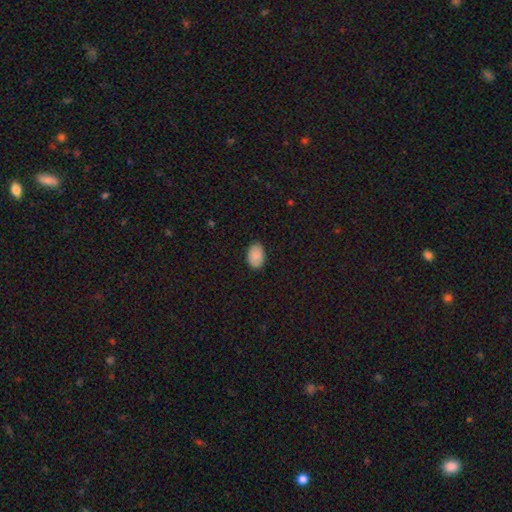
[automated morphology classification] smooth-or-featured: smooth: 88% | star or artifact: 8% | featured or disk: 5%
  how-rounded: in between: 87% | round: 12% | cigar-shaped: 1%
  merging: none: 87% | minor disturbance: 10% | major disturbance: 2% | merger: 1%